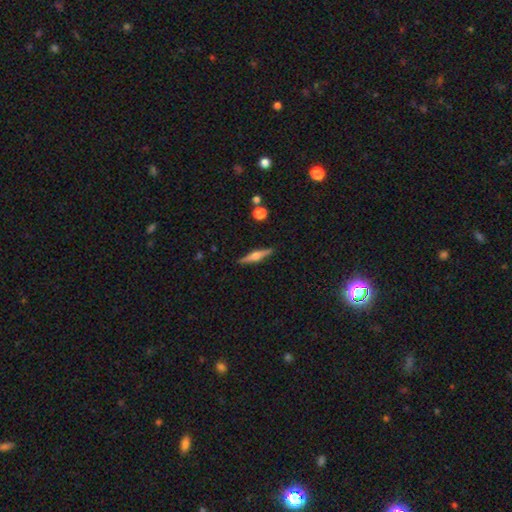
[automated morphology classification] Smooth or featured? featured or disk (69%)
Edge-on disk? yes (98%)
Edge-on bulge? rounded (90%)
Merging? none (90%)